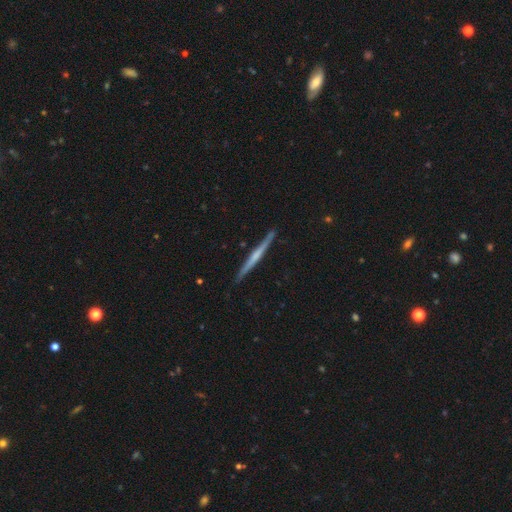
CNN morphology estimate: Smooth or featured? Predicted: featured or disk (p=0.64). Edge-on disk? Predicted: yes (p=0.98). Edge-on bulge? Predicted: none (p=0.54). Merging? Predicted: none (p=0.90).